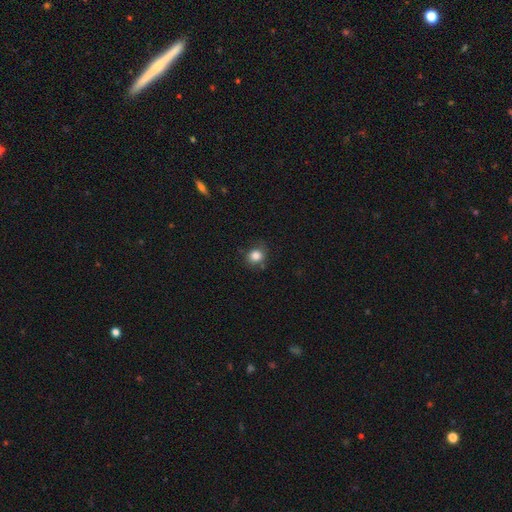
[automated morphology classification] type=smooth (83%); roundness=round (76%); merging=none (76%).